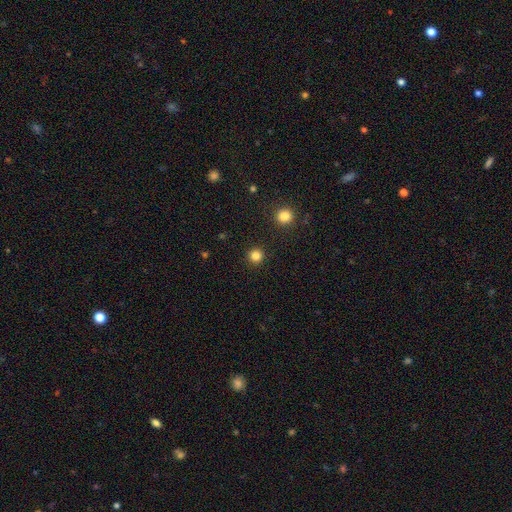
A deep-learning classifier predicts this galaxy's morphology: type=smooth (82%); roundness=round (95%); merging=none (92%).